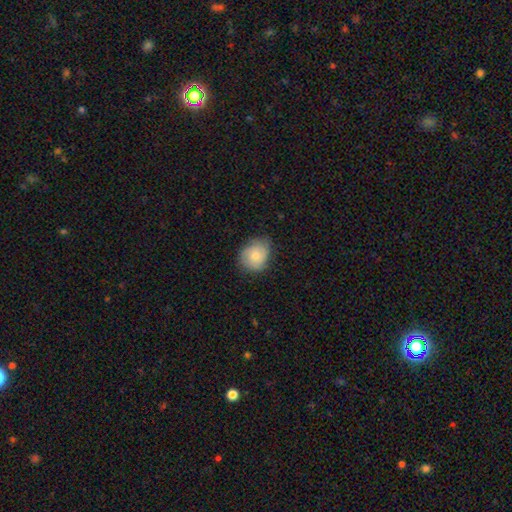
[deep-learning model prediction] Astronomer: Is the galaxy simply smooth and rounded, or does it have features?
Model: smooth — 67%.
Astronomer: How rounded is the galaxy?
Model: round — 64%.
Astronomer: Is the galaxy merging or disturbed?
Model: none — 68%.